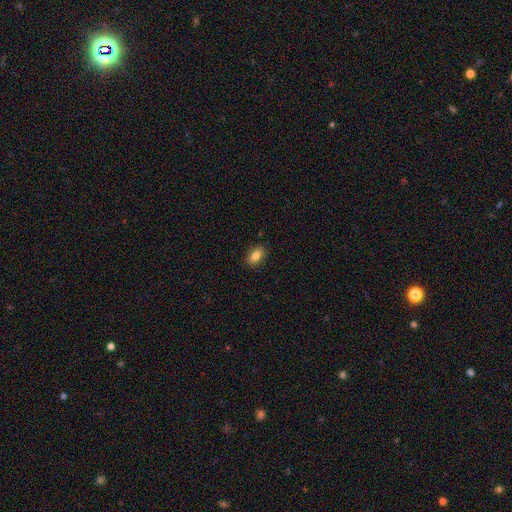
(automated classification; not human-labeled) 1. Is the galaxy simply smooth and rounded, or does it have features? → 84% smooth, 8% star or artifact, 8% featured or disk.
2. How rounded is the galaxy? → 90% in between, 6% round, 4% cigar-shaped.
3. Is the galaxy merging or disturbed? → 88% none, 9% minor disturbance, 2% major disturbance, 1% merger.